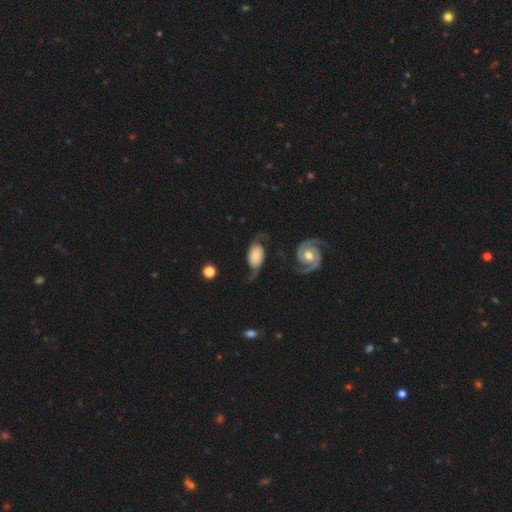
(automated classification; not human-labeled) smooth_or_featured: featured or disk (p=0.67) [alt: smooth p=0.26]
disk_edge_on: no (p=0.94) [alt: yes p=0.06]
bar: no (p=0.67) [alt: weak p=0.24]
has_spiral_arms: yes (p=0.94) [alt: no p=0.06]
spiral_winding: loose (p=0.59) [alt: medium p=0.28]
spiral_arm_count: 2 (p=0.91) [alt: 1 p=0.03]
bulge_size: large (p=0.26) [alt: moderate p=0.23]
merging: none (p=0.49) [alt: minor disturbance p=0.26]